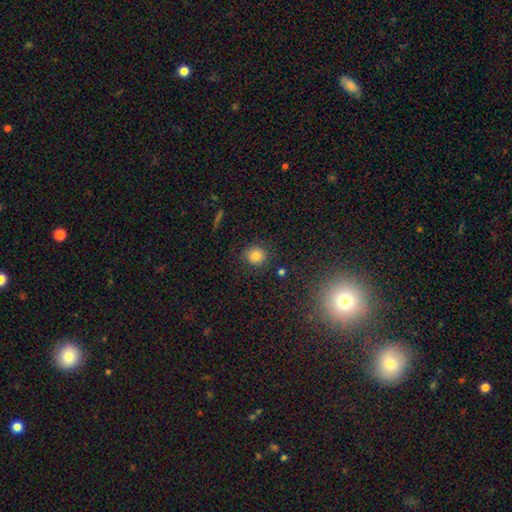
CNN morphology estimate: Smooth or featured: smooth — 80% (star or artifact — 13%)
How rounded: round — 87% (in between — 12%)
Merging: none — 87% (minor disturbance — 9%)